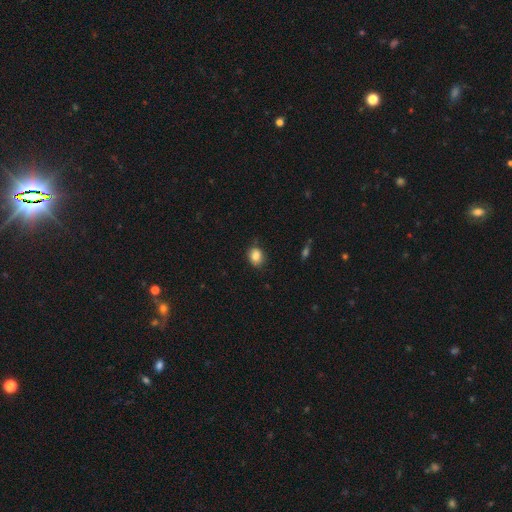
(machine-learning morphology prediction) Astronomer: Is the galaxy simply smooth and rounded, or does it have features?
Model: smooth — 84%.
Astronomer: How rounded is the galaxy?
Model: round — 55% (runner-up: in between, 44%).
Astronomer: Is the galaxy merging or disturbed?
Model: none — 82%.